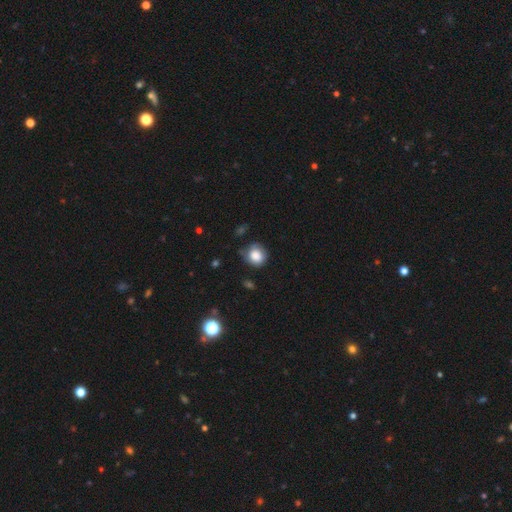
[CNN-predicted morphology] Smooth or featured: smooth — 83% (star or artifact — 9%)
How rounded: round — 78% (in between — 21%)
Merging: none — 62% (minor disturbance — 28%)